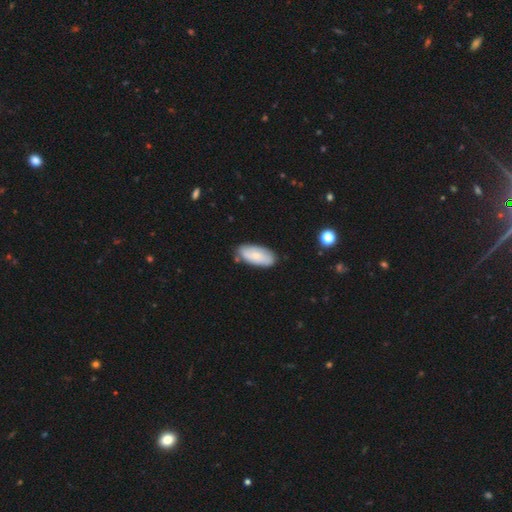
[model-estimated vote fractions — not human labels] smooth_or_featured: smooth (p=0.70) [alt: featured or disk p=0.24]
how_rounded: in between (p=0.89) [alt: cigar-shaped p=0.09]
merging: none (p=0.78) [alt: minor disturbance p=0.16]